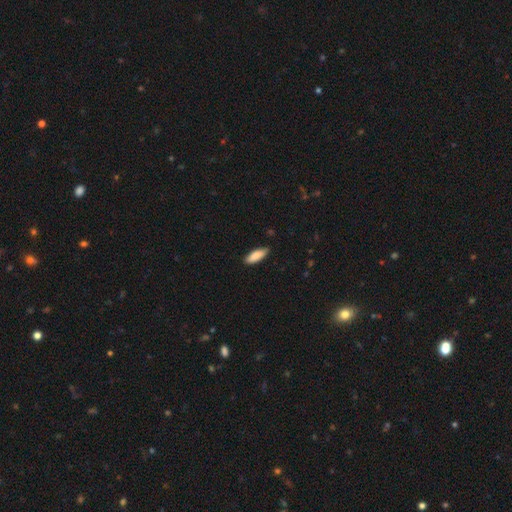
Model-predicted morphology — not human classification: Overall: smooth (87%). How rounded: in between (63%; cigar-shaped 36%). Merging: none (84%).